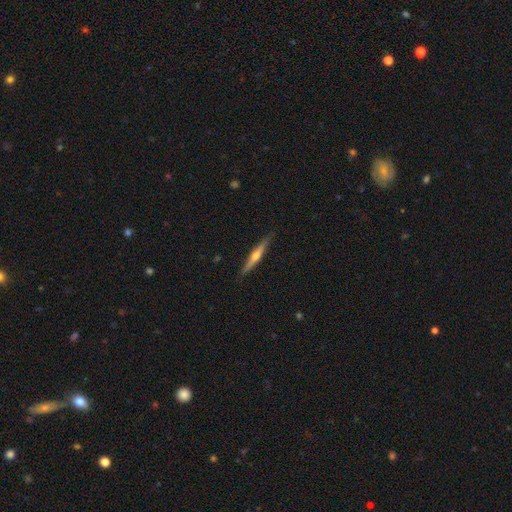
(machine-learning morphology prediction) Smooth or featured? featured or disk (63%)
Edge-on disk? yes (97%)
Edge-on bulge? rounded (86%)
Merging? none (87%)